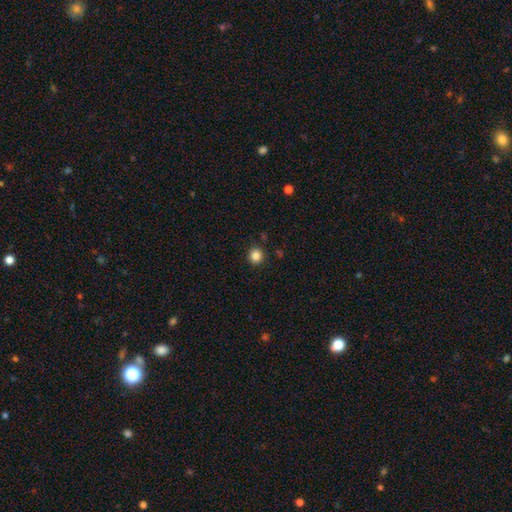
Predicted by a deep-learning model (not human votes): smooth 85%, star or artifact 11%, featured or disk 3%. Down the decision tree: how rounded — round (92%); merging — none (90%).